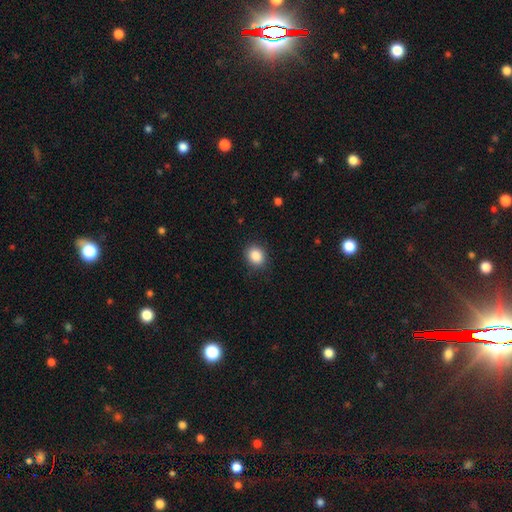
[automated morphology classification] smooth-or-featured: smooth: 88% | star or artifact: 8% | featured or disk: 3%
  how-rounded: round: 57% | in between: 42% | cigar-shaped: 1%
  merging: none: 86% | minor disturbance: 10% | major disturbance: 3% | merger: 1%